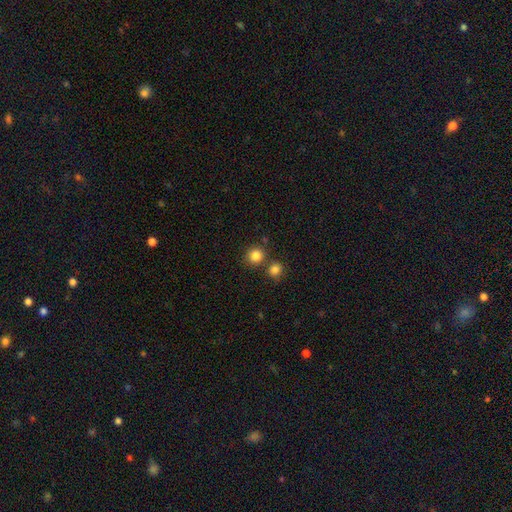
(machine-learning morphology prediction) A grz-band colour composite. It shows a smooth galaxy with no disk features (84%) that is round (89%). Merging: none (75%).